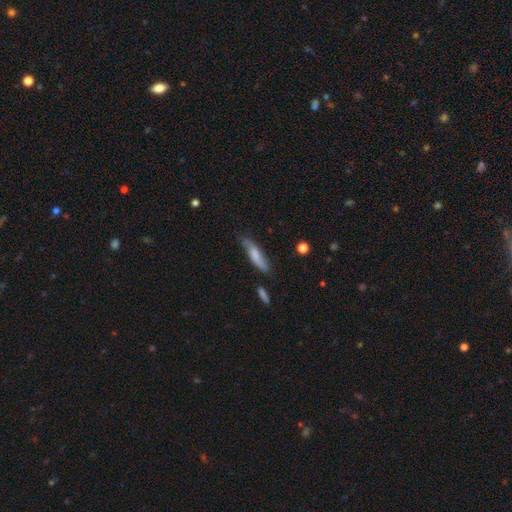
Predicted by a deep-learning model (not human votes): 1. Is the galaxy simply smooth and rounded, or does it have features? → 63% smooth, 31% featured or disk, 6% star or artifact.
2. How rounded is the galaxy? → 72% cigar-shaped, 26% in between, 2% round.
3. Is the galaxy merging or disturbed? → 72% none, 21% minor disturbance, 4% major disturbance, 3% merger.